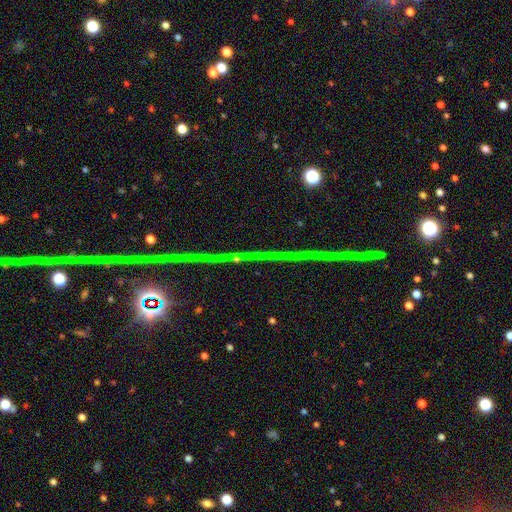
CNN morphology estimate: The model was most divided on "smooth or featured": star or artifact: 82%, featured or disk: 11%, smooth: 7%.